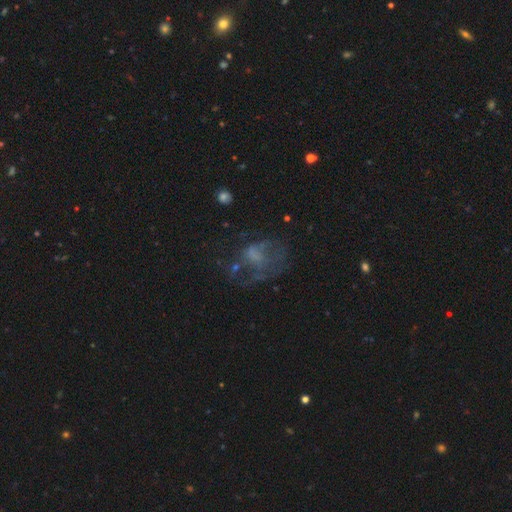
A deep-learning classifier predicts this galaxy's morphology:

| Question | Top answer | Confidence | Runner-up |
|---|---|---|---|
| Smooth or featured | featured or disk | 47% | smooth (31%) |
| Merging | major disturbance | 43% | none (35%) |